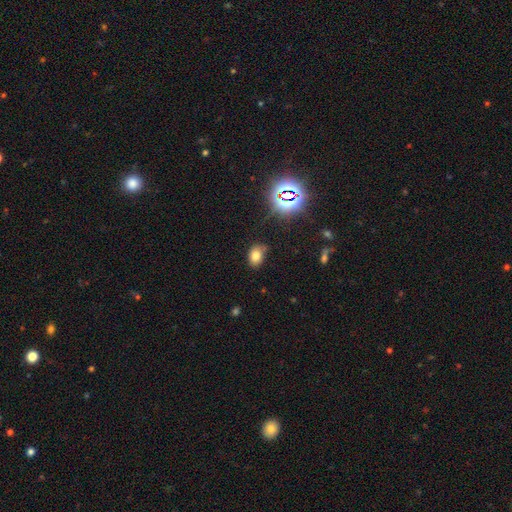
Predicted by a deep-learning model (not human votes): Smooth or featured? Predicted: smooth (p=0.73). How rounded? Predicted: in between (p=0.72). Merging? Predicted: none (p=0.72).